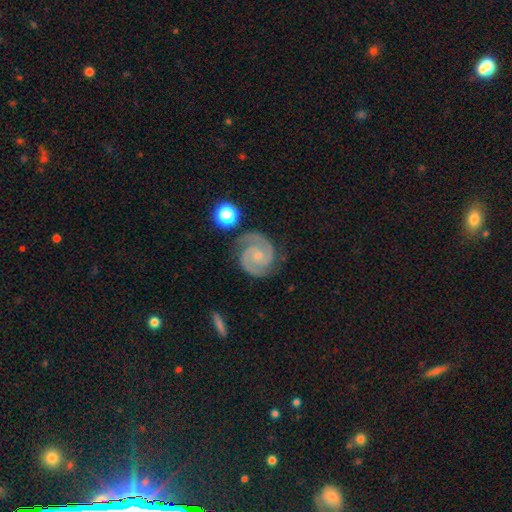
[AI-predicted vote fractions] Smooth or featured: featured or disk — 92% (star or artifact — 5%)
Edge-on disk: no — 98% (yes — 2%)
Bar: no — 70% (weak — 23%)
Spiral arms: yes — 99% (no — 1%)
Spiral winding: tight — 63% (medium — 34%)
Spiral arm count: 2 — 91% (3 — 4%)
Bulge size: small — 72% (moderate — 21%)
Merging: none — 82% (minor disturbance — 13%)